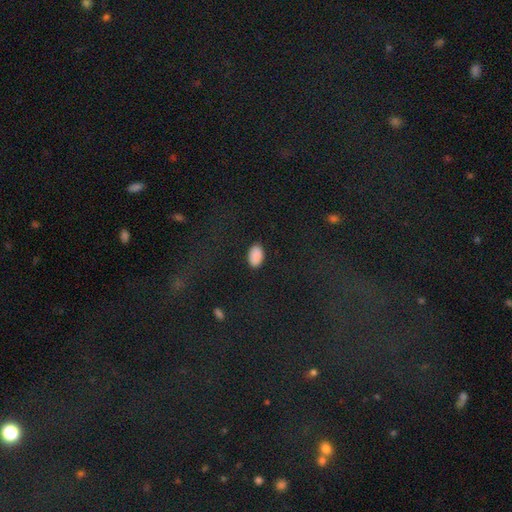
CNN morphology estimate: smooth-or-featured: smooth: 89% | star or artifact: 8% | featured or disk: 3%
  how-rounded: in between: 94% | round: 4% | cigar-shaped: 1%
  merging: none: 88% | minor disturbance: 8% | major disturbance: 2% | merger: 1%